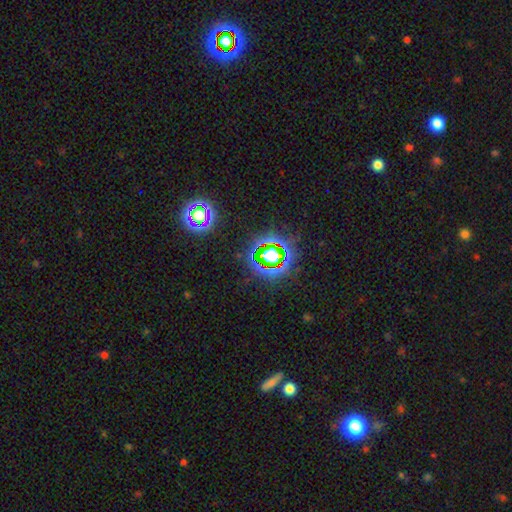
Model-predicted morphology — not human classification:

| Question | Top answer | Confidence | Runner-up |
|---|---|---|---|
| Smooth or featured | star or artifact | 76% | smooth (15%) |